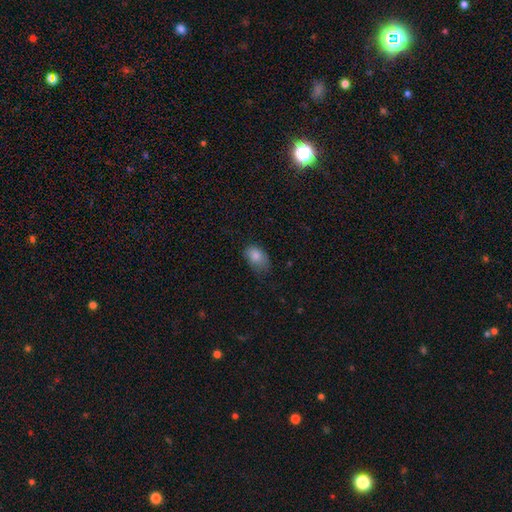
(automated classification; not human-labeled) smooth-or-featured: smooth: 83% | featured or disk: 9% | star or artifact: 8%
  how-rounded: in between: 85% | round: 14% | cigar-shaped: 1%
  merging: none: 47% | minor disturbance: 39% | major disturbance: 12% | merger: 2%